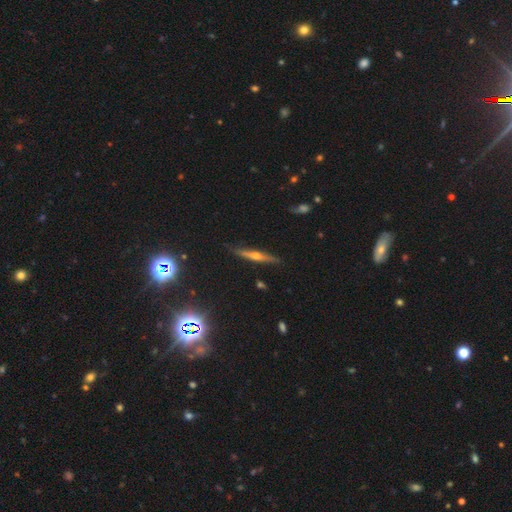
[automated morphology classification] Smooth or featured: featured or disk — 68% (smooth — 22%)
Edge-on disk: yes — 96% (no — 4%)
Edge-on bulge: rounded — 89% (none — 7%)
Merging: none — 87% (minor disturbance — 10%)